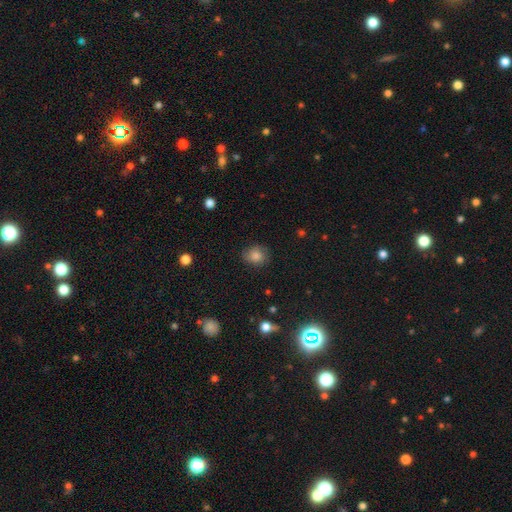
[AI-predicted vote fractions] A smooth galaxy with no disk features (81%) that is round (73%).

Vote fractions:
- Smooth or featured? smooth: 81% / star or artifact: 10% / featured or disk: 9%
- How rounded? round: 73% / in between: 26% / cigar-shaped: 1%
- Merging? none: 80% / minor disturbance: 15% / major disturbance: 4% / merger: 1%